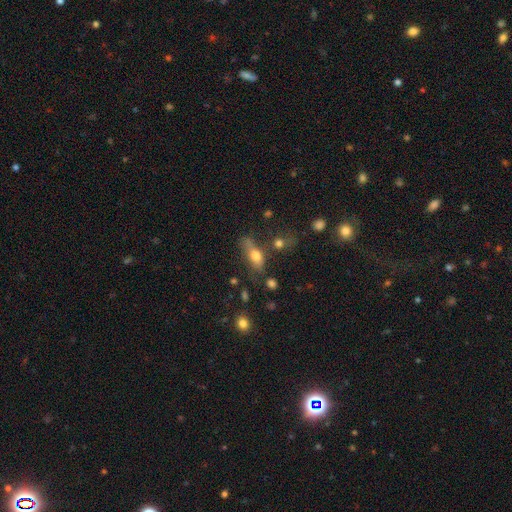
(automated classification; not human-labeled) Overall: smooth (70%). How rounded: in between (70%). Merging: none (41%; minor disturbance 25%).